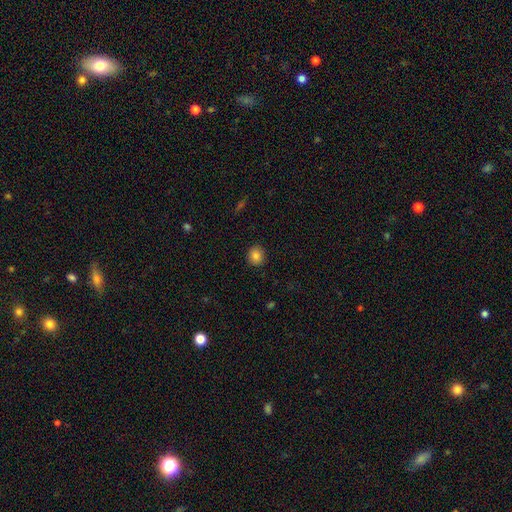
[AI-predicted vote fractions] smooth_or_featured: smooth (p=0.83) [alt: star or artifact p=0.10]
how_rounded: round (p=0.85) [alt: in between p=0.14]
merging: none (p=0.91) [alt: minor disturbance p=0.06]